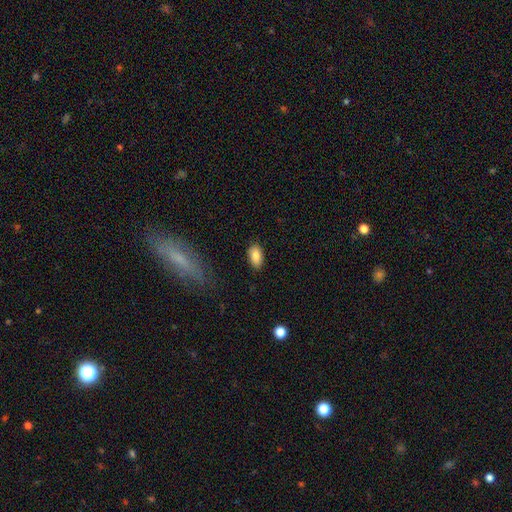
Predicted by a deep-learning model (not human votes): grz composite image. It shows a smooth galaxy with no disk features (83%) that is in between round and cigar-shaped (92%). Merging: none (85%).